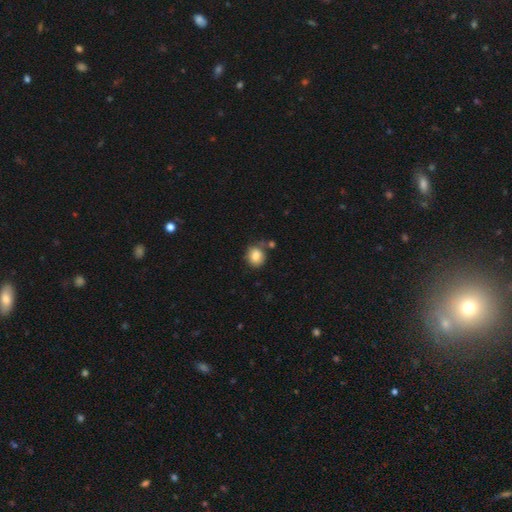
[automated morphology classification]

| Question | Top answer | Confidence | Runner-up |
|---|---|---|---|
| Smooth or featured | smooth | 83% | star or artifact (9%) |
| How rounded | round | 72% | in between (27%) |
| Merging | none | 66% | minor disturbance (18%) |